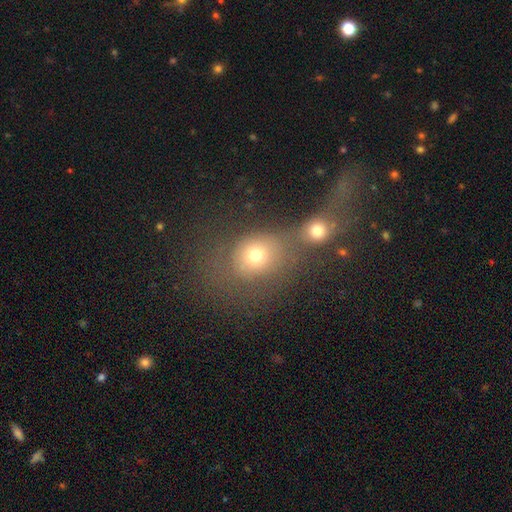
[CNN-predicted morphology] Smooth or featured? smooth (70%)
How rounded? round (64%)
Merging? merger (51%)